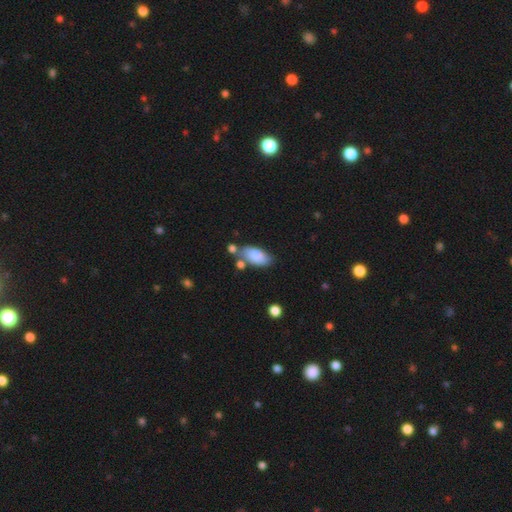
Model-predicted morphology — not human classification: This appears to be a smooth galaxy with no disk features (84%) that is in between round and cigar-shaped (92%). Merging: none (56%).